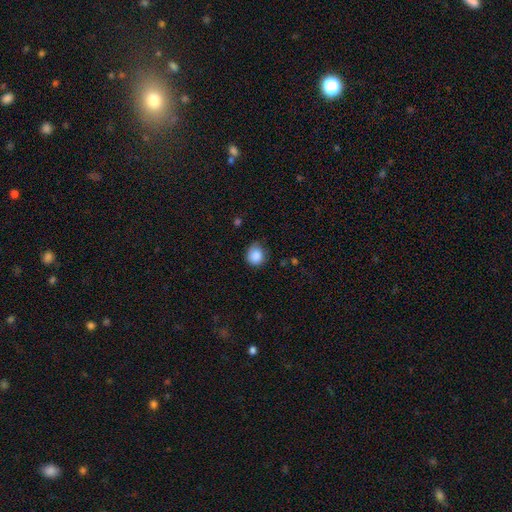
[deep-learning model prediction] Overall: smooth (87%). How rounded: round (83%). Merging: none (67%).